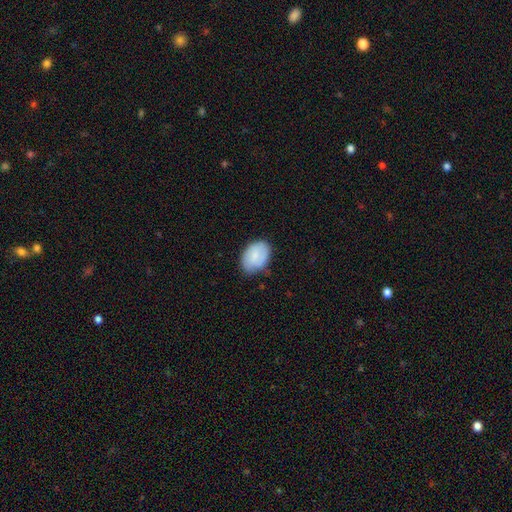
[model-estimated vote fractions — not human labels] This appears to be a smooth galaxy with no disk features (79%) that is in between round and cigar-shaped (82%). Merging: none (70%).